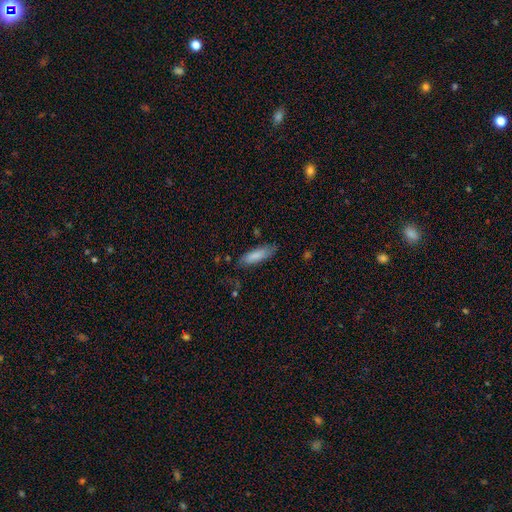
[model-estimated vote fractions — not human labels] Smooth or featured? smooth (83%)
How rounded? cigar-shaped (51%)
Merging? none (74%)